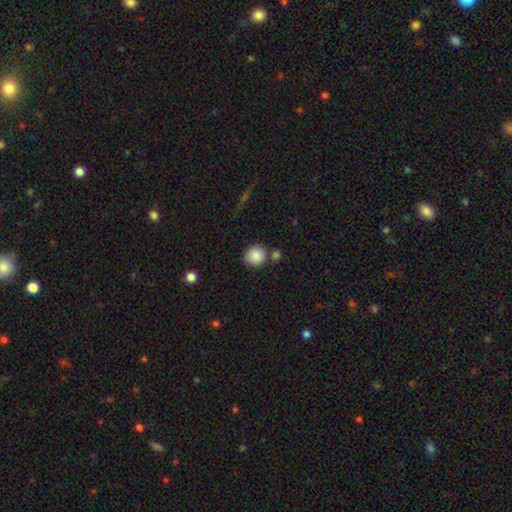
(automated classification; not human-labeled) Smooth or featured? Predicted: smooth (p=0.87). How rounded? Predicted: round (p=0.86). Merging? Predicted: none (p=0.71).